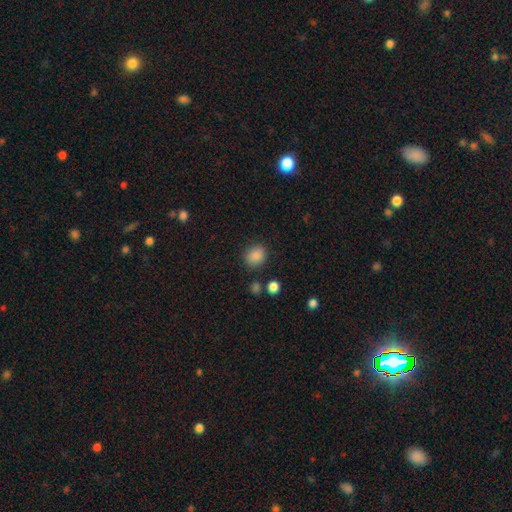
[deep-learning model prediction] Q: Smooth or featured?
A: smooth (86%); runner-up: star or artifact (10%)
Q: How rounded?
A: round (77%); runner-up: in between (22%)
Q: Merging?
A: none (85%); runner-up: minor disturbance (9%)